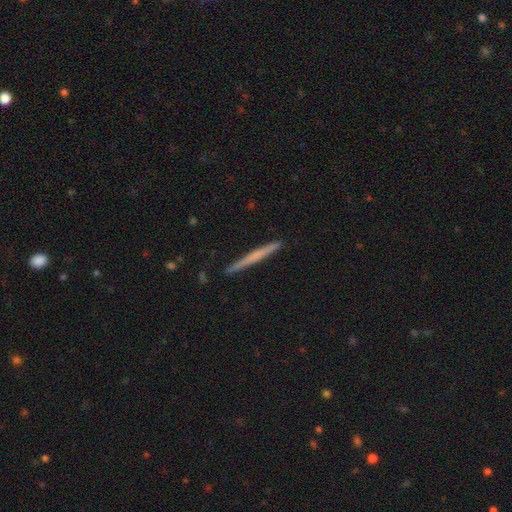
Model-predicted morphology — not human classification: Smooth or featured? smooth (49%)
Merging? none (91%)